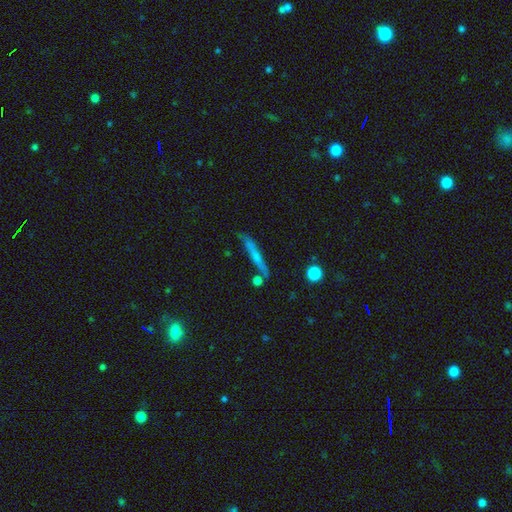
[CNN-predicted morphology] smooth 49%, featured or disk 43%, star or artifact 8%. Down the decision tree: merging — none (75%).